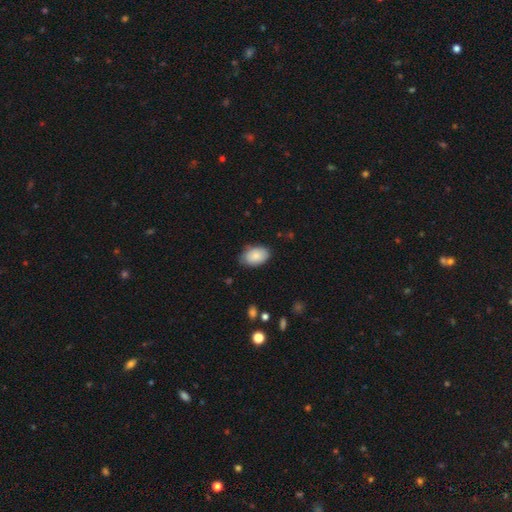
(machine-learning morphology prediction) smooth-or-featured: smooth: 84% | featured or disk: 9% | star or artifact: 7%
  how-rounded: in between: 89% | round: 10% | cigar-shaped: 1%
  merging: none: 77% | minor disturbance: 18% | major disturbance: 3% | merger: 1%